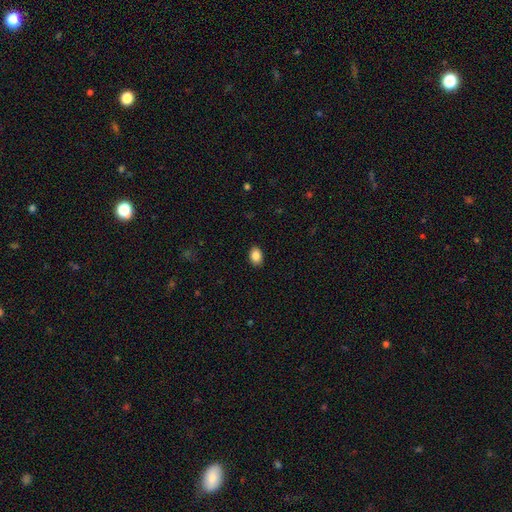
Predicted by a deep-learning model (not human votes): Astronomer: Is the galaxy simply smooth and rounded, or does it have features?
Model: smooth — 87%.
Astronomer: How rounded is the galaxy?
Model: in between — 75%.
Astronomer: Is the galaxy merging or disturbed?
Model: none — 90%.